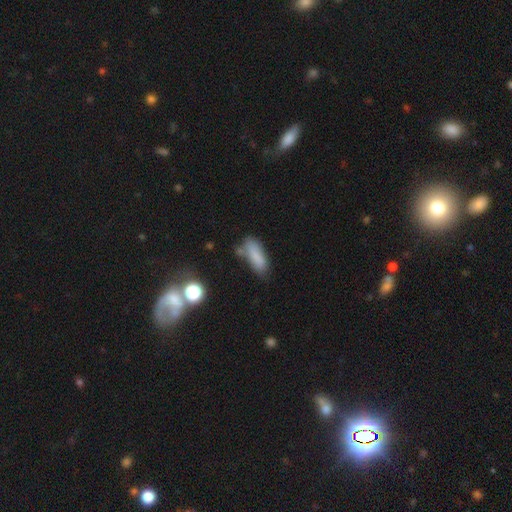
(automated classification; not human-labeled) This is likely a smooth galaxy (80%). How rounded: likely in between (64%). Merging: possibly none (54%).